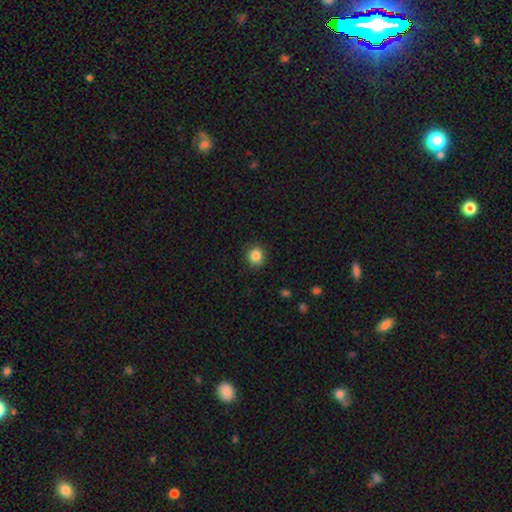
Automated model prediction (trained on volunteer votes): The model was most divided on "how rounded": round: 85%, in between: 14%, cigar-shaped: 1%. More confident: merging — none (90%); smooth or featured — smooth (86%).